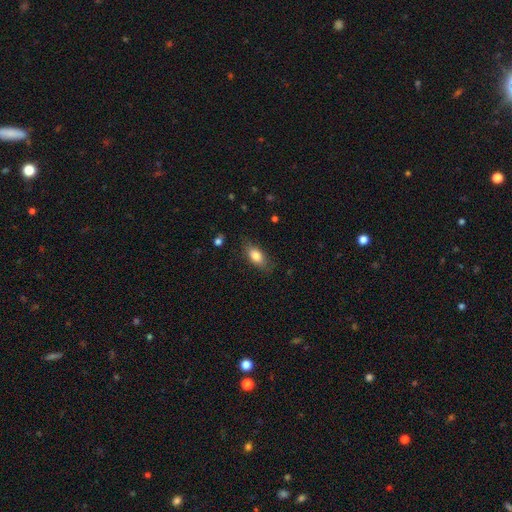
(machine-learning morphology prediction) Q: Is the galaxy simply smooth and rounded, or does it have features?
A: smooth — 81%.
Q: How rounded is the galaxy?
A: in between — 84%.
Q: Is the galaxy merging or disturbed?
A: none — 80%.